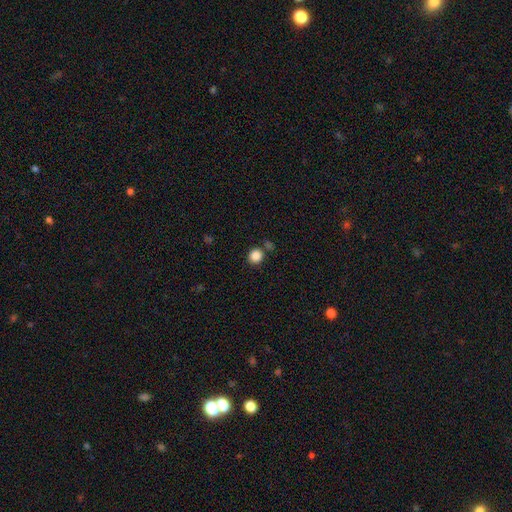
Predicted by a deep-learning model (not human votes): Overall: smooth (87%). How rounded: round (89%). Merging: none (79%).